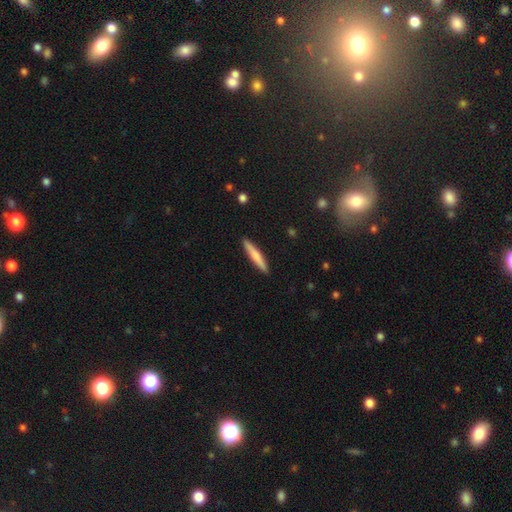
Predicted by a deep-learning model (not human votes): smooth 65%, featured or disk 30%, star or artifact 5%. Down the decision tree: how rounded — cigar-shaped (94%); merging — none (92%).